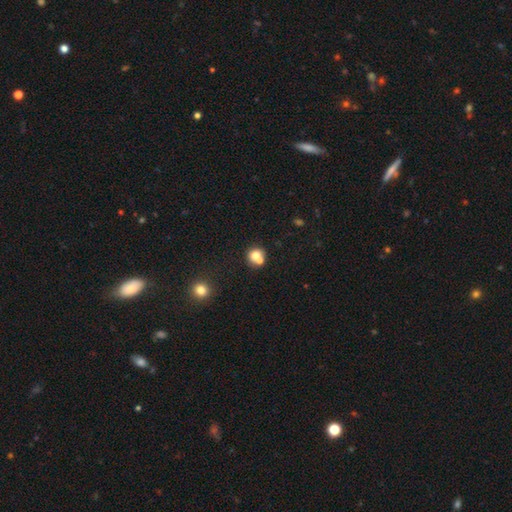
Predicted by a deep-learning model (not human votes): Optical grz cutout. It shows a smooth galaxy with no disk features (74%) that is round (86%). Merging: none (47%).